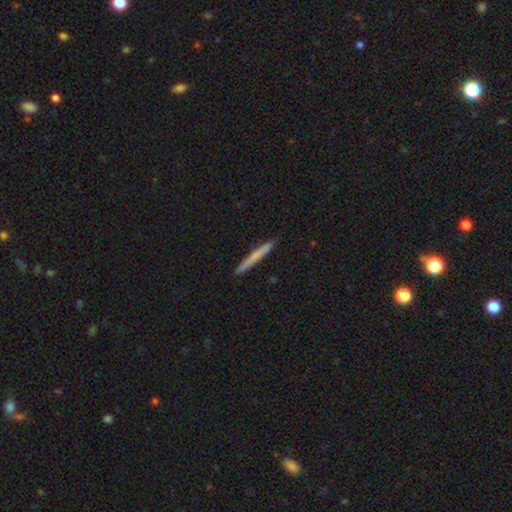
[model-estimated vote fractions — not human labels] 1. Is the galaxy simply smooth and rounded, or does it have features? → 60% smooth, 34% featured or disk, 6% star or artifact.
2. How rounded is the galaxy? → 97% cigar-shaped, 2% in between, 1% round.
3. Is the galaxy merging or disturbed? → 92% none, 5% minor disturbance, 1% major disturbance, 1% merger.